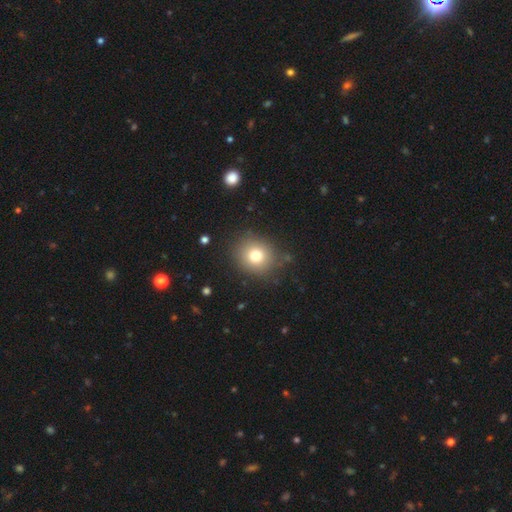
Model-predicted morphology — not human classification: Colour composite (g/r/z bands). It shows a smooth galaxy with no disk features (77%) that is round (83%). Merging: none (85%).